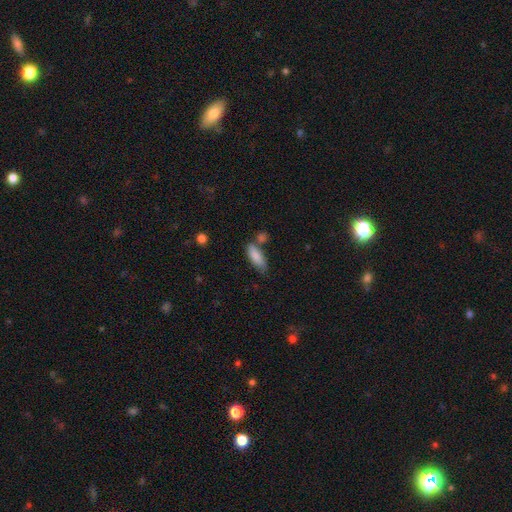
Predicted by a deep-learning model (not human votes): smooth_or_featured: smooth (p=0.86) [alt: featured or disk p=0.08]
how_rounded: in between (p=0.66) [alt: cigar-shaped p=0.32]
merging: none (p=0.62) [alt: minor disturbance p=0.19]